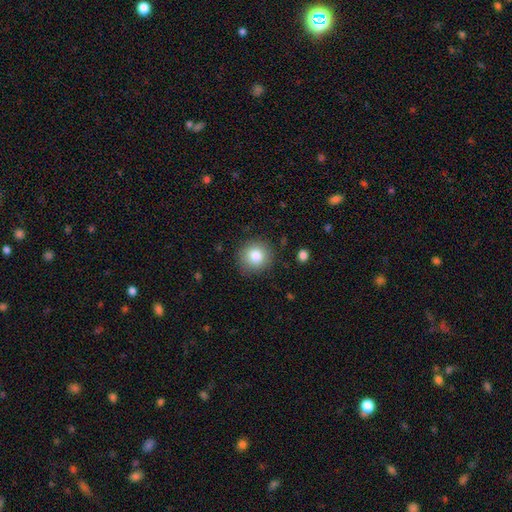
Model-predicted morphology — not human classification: Q: Smooth or featured?
A: smooth (82%); runner-up: star or artifact (10%)
Q: How rounded?
A: round (91%); runner-up: in between (8%)
Q: Merging?
A: none (87%); runner-up: minor disturbance (9%)